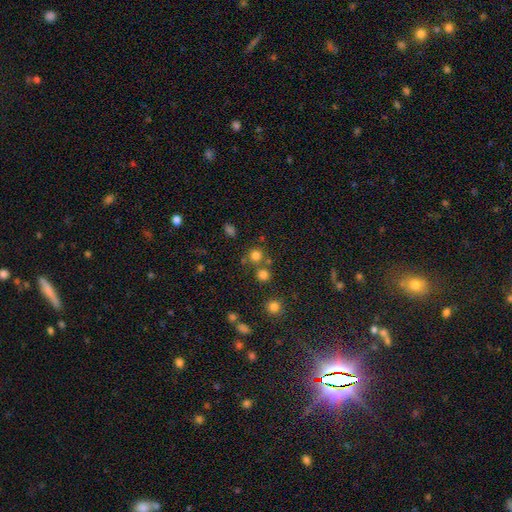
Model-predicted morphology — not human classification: Q: Smooth or featured?
A: smooth (76%); runner-up: star or artifact (18%)
Q: How rounded?
A: round (90%); runner-up: in between (9%)
Q: Merging?
A: none (67%); runner-up: merger (21%)